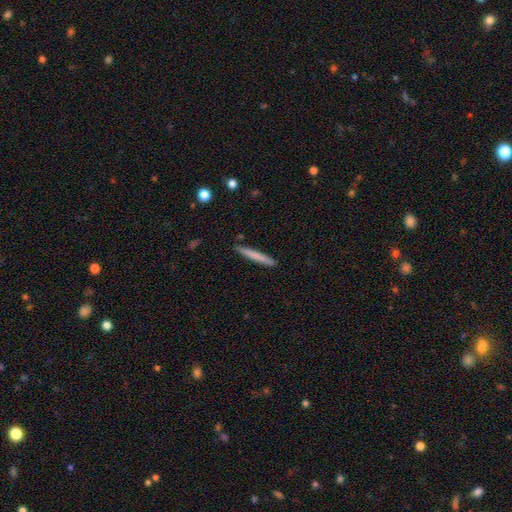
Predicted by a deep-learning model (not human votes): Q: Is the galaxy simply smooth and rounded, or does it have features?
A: smooth — 72%.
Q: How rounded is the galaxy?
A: cigar-shaped — 96%.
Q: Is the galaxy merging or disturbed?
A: none — 91%.